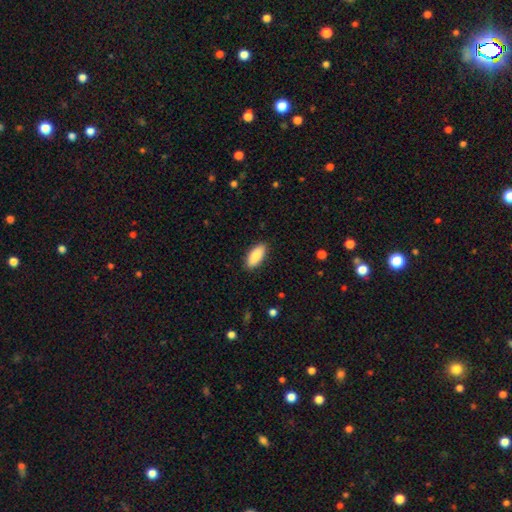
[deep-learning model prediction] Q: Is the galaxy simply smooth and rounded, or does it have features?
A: smooth — 87%.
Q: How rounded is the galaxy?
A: in between — 85%.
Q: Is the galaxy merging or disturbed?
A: none — 89%.